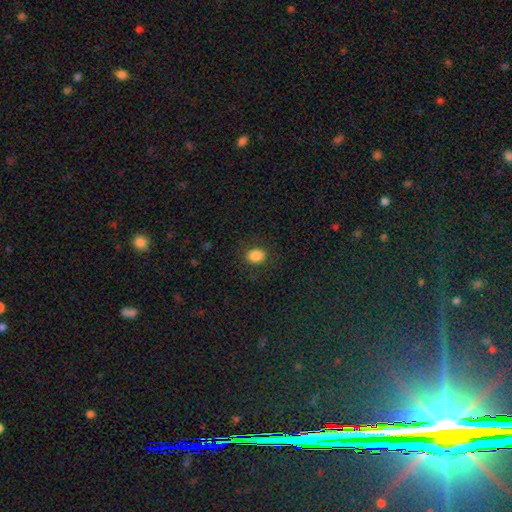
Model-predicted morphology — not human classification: Smooth or featured: smooth — 85% (star or artifact — 11%)
How rounded: in between — 62% (round — 37%)
Merging: none — 85% (minor disturbance — 10%)